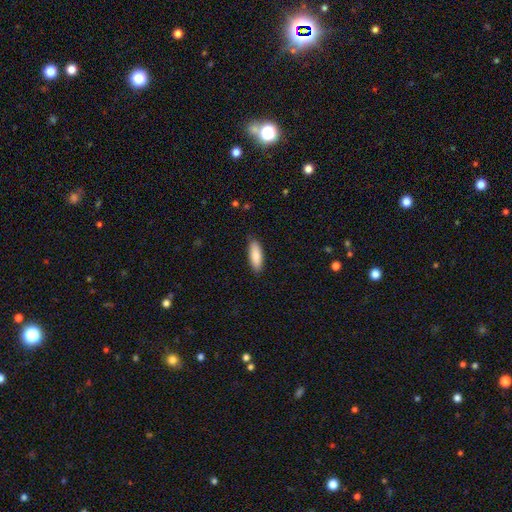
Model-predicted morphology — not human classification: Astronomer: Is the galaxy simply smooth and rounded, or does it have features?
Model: smooth — 85%.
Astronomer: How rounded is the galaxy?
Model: in between — 62%.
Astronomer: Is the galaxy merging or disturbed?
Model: none — 85%.